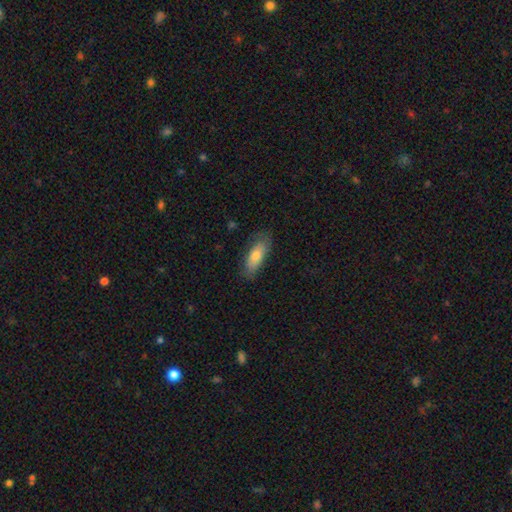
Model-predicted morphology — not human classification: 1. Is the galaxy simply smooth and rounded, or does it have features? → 73% smooth, 21% featured or disk, 6% star or artifact.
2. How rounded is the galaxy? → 70% in between, 28% cigar-shaped, 2% round.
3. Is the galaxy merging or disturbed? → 75% none, 19% minor disturbance, 5% major disturbance, 1% merger.